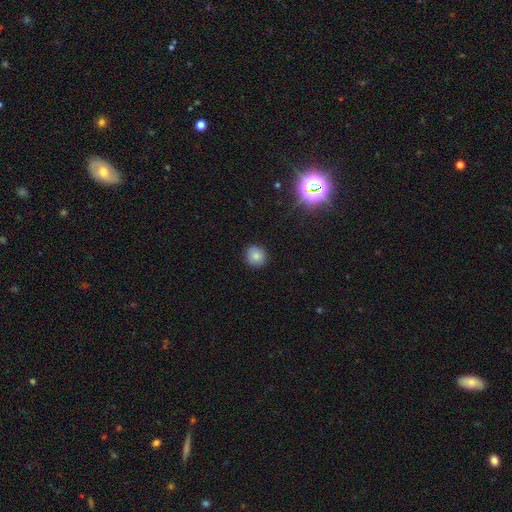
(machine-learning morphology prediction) Smooth or featured?
  - smooth: 82% *
  - star or artifact: 11%
  - featured or disk: 6%
How rounded?
  - round: 88% *
  - in between: 11%
  - cigar-shaped: 1%
Merging?
  - none: 88% *
  - minor disturbance: 8%
  - major disturbance: 2%
  - merger: 1%